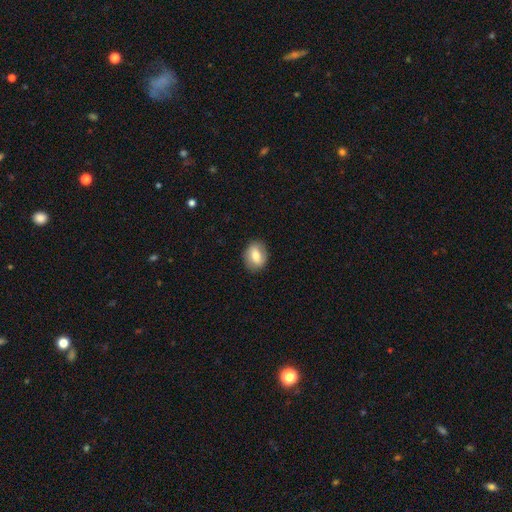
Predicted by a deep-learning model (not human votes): Smooth or featured?
  - smooth: 66% *
  - featured or disk: 26%
  - star or artifact: 8%
How rounded?
  - in between: 59% *
  - round: 40%
  - cigar-shaped: 1%
Merging?
  - none: 85% *
  - minor disturbance: 11%
  - major disturbance: 3%
  - merger: 1%